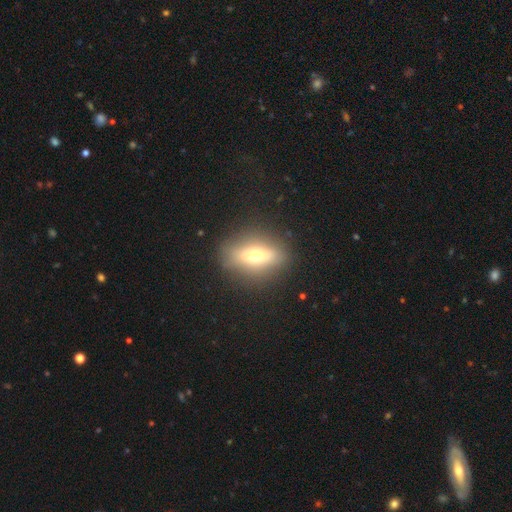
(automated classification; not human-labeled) Smooth or featured?
  - smooth: 50% *
  - featured or disk: 40%
  - star or artifact: 10%
How rounded?
  - in between: 62% *
  - cigar-shaped: 22%
  - round: 16%
Merging?
  - none: 82% *
  - minor disturbance: 11%
  - major disturbance: 5%
  - merger: 1%